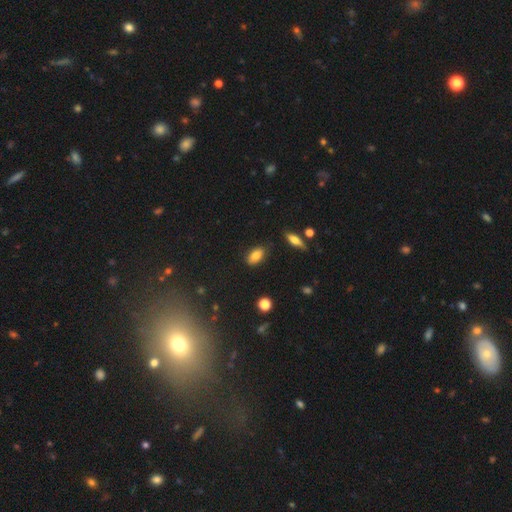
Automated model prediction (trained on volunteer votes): Overall: smooth (81%). How rounded: in between (88%). Merging: none (84%).